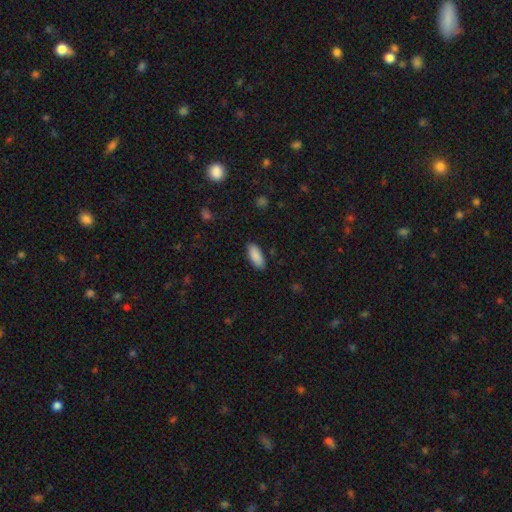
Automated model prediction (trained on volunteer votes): This is clearly a smooth galaxy (90%). How rounded: clearly in between (83%). Merging: clearly none (88%).